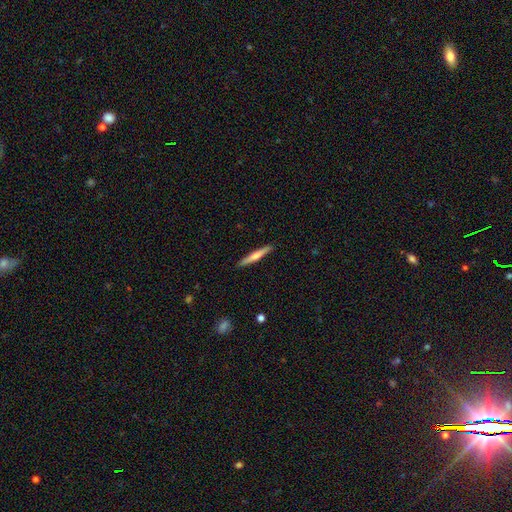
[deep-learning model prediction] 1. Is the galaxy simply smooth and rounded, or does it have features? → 56% smooth, 39% featured or disk, 5% star or artifact.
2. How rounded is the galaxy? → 95% cigar-shaped, 4% in between, 1% round.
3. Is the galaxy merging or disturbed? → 91% none, 7% minor disturbance, 1% major disturbance, 1% merger.